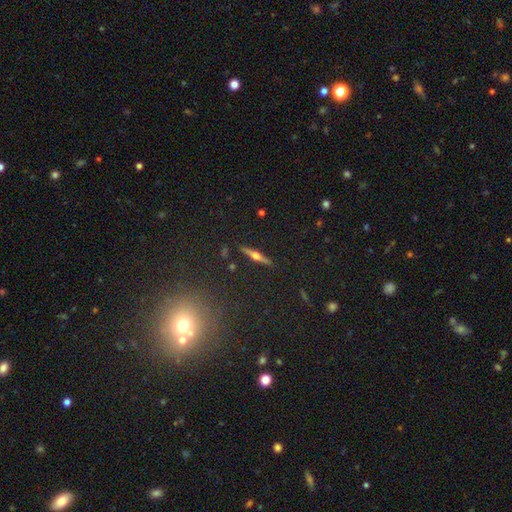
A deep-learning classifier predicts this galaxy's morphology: The model was most divided on "smooth or featured": featured or disk: 70%, smooth: 22%, star or artifact: 8%. More confident: edge-on disk — yes (97%); edge-on bulge — rounded (92%); merging — none (90%).